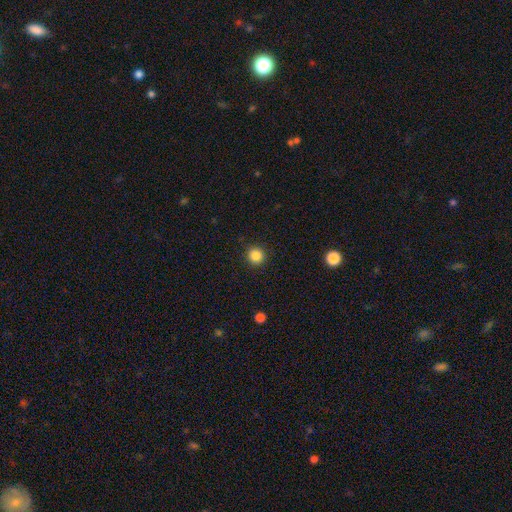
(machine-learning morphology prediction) A smooth galaxy with no disk features (85%) that is round (94%).

Vote fractions:
- Smooth or featured? smooth: 85% / star or artifact: 11% / featured or disk: 3%
- How rounded? round: 94% / in between: 5% / cigar-shaped: 1%
- Merging? none: 92% / minor disturbance: 5% / major disturbance: 2% / merger: 1%